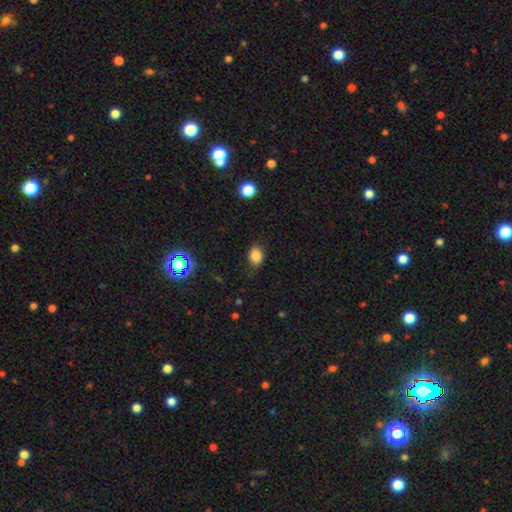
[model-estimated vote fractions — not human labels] Overall: smooth (82%). How rounded: in between (67%; round 31%). Merging: none (81%).